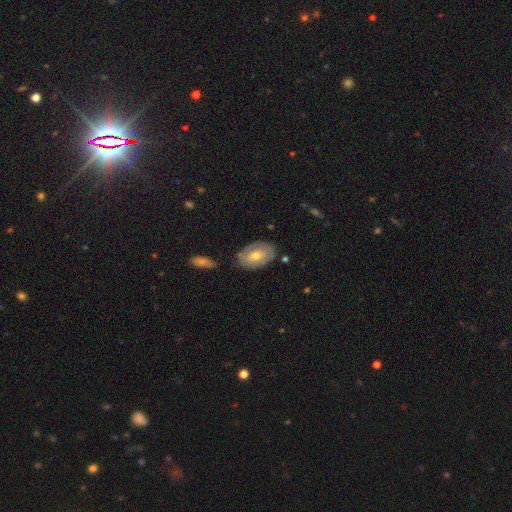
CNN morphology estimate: A featured or disk galaxy (50%).

Vote fractions:
- Smooth or featured? featured or disk: 50% / smooth: 44% / star or artifact: 6%
- Merging? none: 71% / minor disturbance: 20% / major disturbance: 5% / merger: 4%